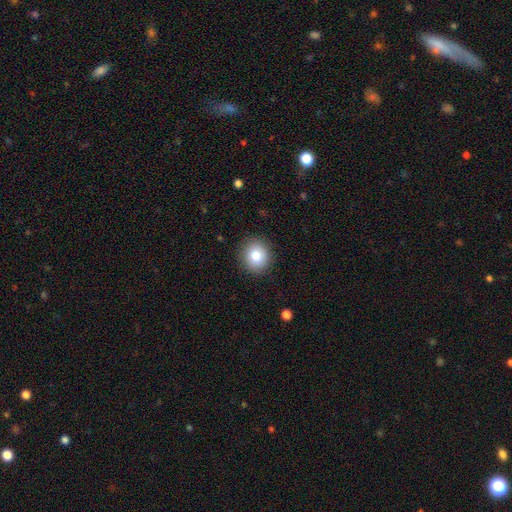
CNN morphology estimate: smooth 82%, star or artifact 9%, featured or disk 9%. Down the decision tree: how rounded — round (84%); merging — none (90%).